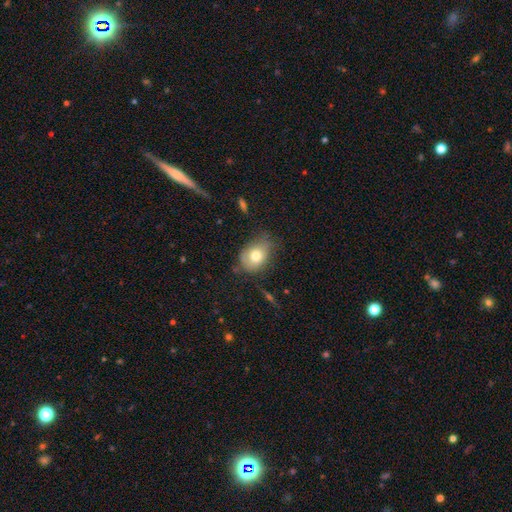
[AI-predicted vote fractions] A smooth galaxy with no disk features (73%) that is in between round and cigar-shaped (65%). Merging: none (54%).